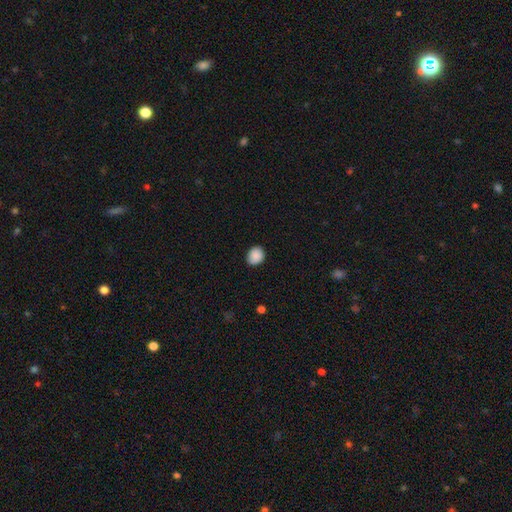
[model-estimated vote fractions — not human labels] This is clearly a smooth galaxy (88%). How rounded: likely round (64%). Merging: clearly none (82%).